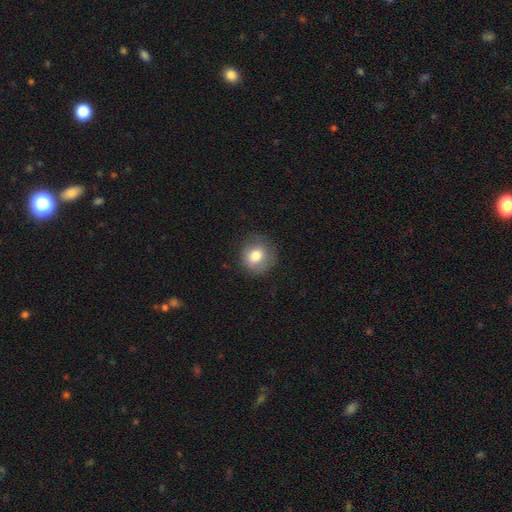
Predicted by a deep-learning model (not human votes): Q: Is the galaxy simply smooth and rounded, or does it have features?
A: smooth — 79%.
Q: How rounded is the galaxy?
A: round — 83%.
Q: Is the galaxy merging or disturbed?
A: none — 79%.